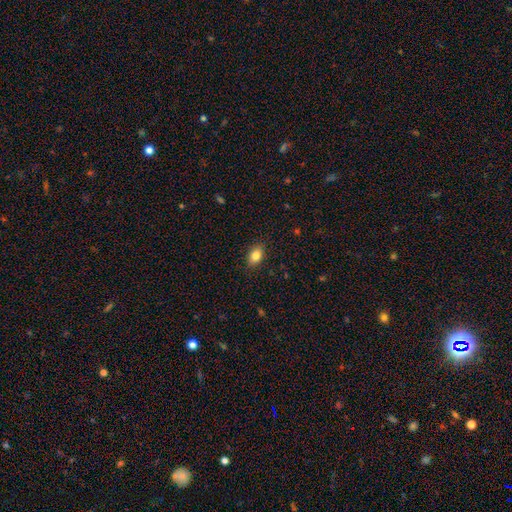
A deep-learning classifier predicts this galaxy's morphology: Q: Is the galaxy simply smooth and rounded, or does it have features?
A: smooth — 83%.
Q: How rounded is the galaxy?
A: in between — 86%.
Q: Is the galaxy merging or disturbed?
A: none — 87%.